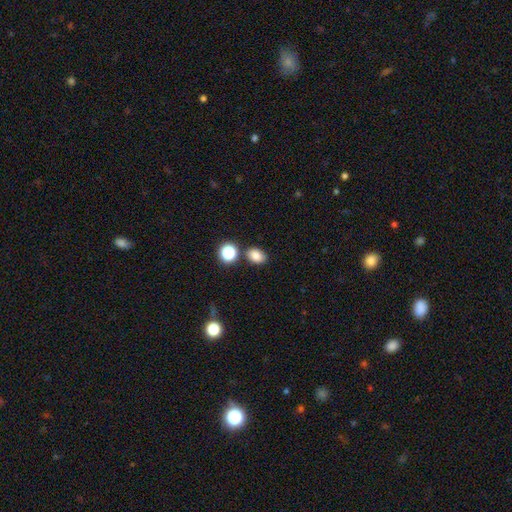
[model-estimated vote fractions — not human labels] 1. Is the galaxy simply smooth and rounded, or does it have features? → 82% smooth, 12% star or artifact, 6% featured or disk.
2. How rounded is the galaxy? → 72% in between, 27% round, 1% cigar-shaped.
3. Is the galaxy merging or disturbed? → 79% none, 10% minor disturbance, 8% merger, 3% major disturbance.